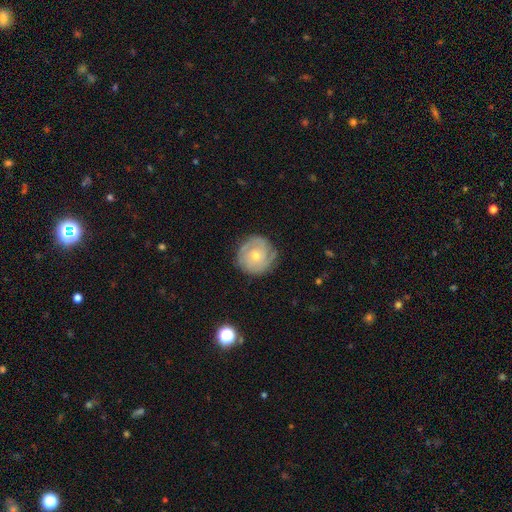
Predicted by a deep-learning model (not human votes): A featured or disk galaxy (74%) with no bar (81%), tight (75%) spiral arms (90%) and a small central bulge (56%). Merging: none (80%).